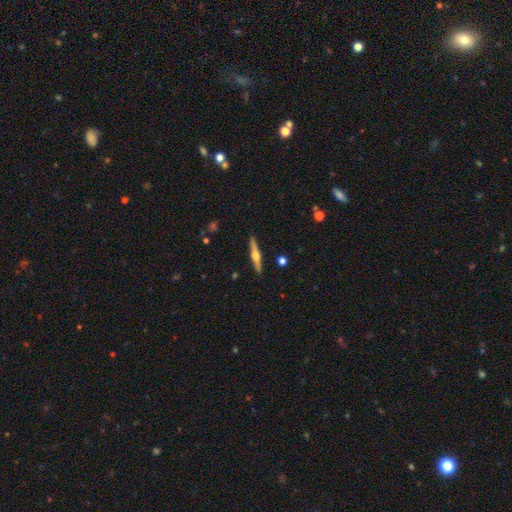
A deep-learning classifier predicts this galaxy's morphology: A featured or disk galaxy (71%) viewed edge-on (98%) with a rounded central bulge (94%).

Vote fractions:
- Smooth or featured? featured or disk: 71% / smooth: 23% / star or artifact: 6%
- Edge-on disk? yes: 98% / no: 2%
- Edge-on bulge? rounded: 94% / boxy: 4% / none: 3%
- Merging? none: 91% / minor disturbance: 6% / major disturbance: 1% / merger: 1%